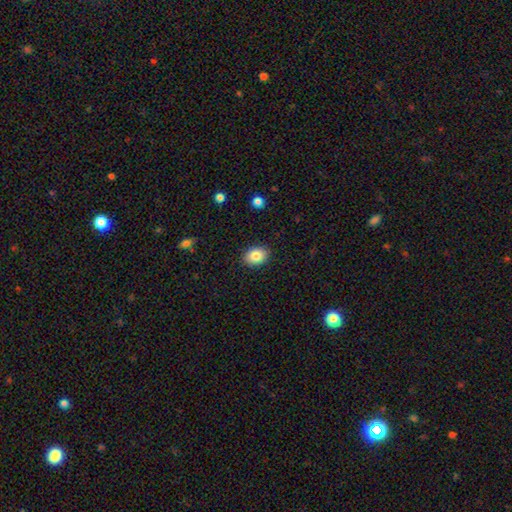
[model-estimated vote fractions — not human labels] smooth_or_featured: smooth (p=0.85) [alt: star or artifact p=0.08]
how_rounded: in between (p=0.69) [alt: round p=0.30]
merging: none (p=0.88) [alt: minor disturbance p=0.08]